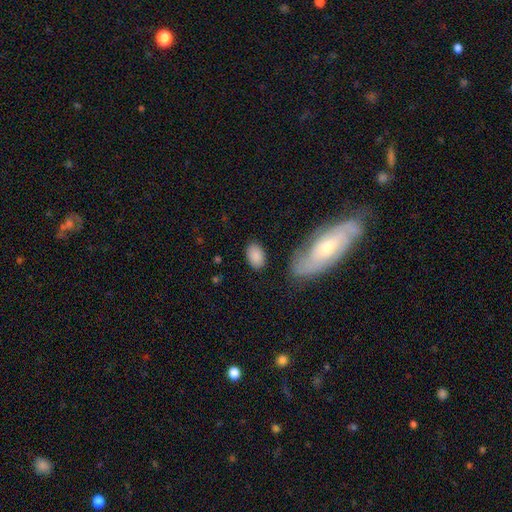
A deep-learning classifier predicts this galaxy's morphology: Smooth or featured: smooth — 86% (featured or disk — 8%)
How rounded: in between — 91% (round — 8%)
Merging: none — 80% (minor disturbance — 12%)